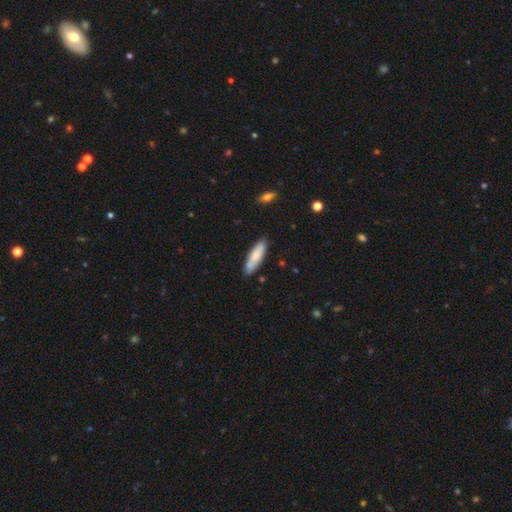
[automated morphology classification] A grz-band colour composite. It shows a smooth galaxy with no disk features (78%) that is cigar-shaped (60%). Merging: none (81%).